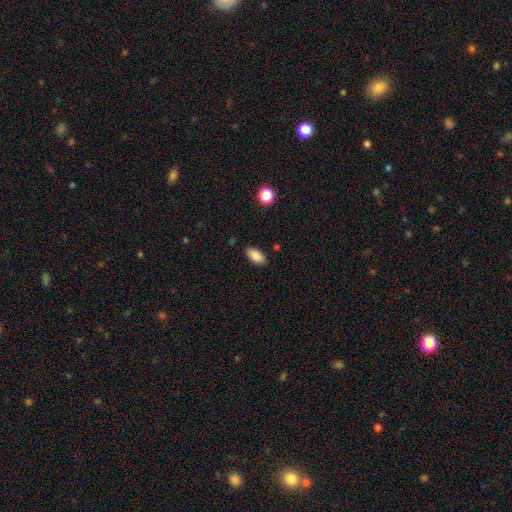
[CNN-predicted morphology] A smooth galaxy with no disk features (87%) that is in between round and cigar-shaped (92%).

Vote fractions:
- Smooth or featured? smooth: 87% / star or artifact: 8% / featured or disk: 5%
- How rounded? in between: 92% / cigar-shaped: 5% / round: 3%
- Merging? none: 86% / minor disturbance: 10% / major disturbance: 2% / merger: 2%